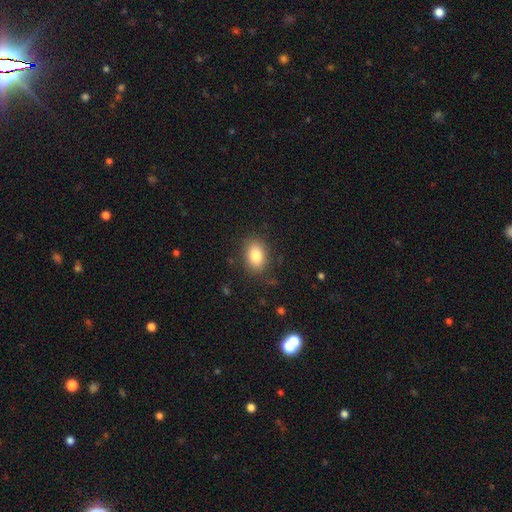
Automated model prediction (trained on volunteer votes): Smooth or featured: smooth — 82% (featured or disk — 9%)
How rounded: in between — 73% (round — 26%)
Merging: none — 83% (minor disturbance — 12%)